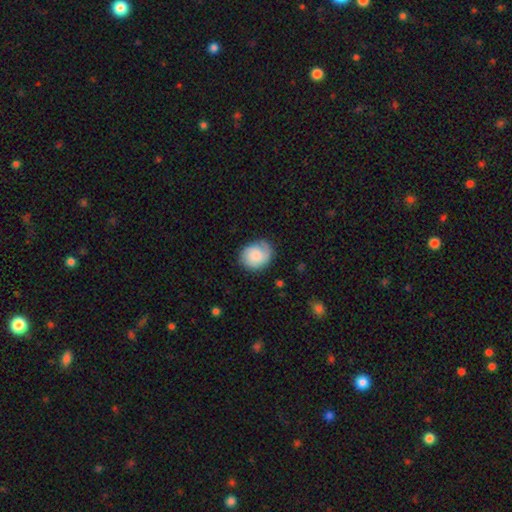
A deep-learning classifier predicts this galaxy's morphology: Q: Smooth or featured?
A: smooth (67%); runner-up: featured or disk (26%)
Q: How rounded?
A: round (63%); runner-up: in between (37%)
Q: Merging?
A: none (67%); runner-up: minor disturbance (24%)